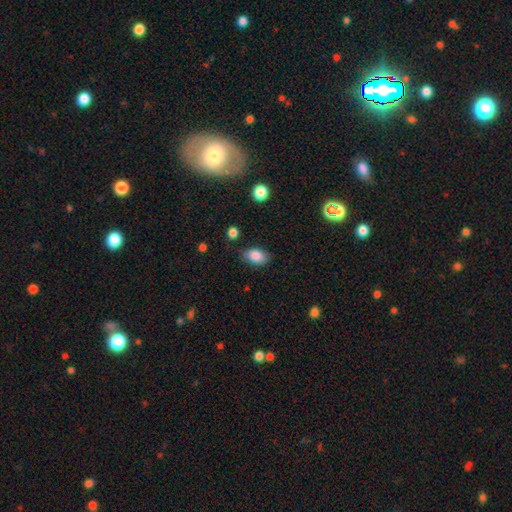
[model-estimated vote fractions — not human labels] A smooth galaxy with no disk features (85%) that is in between round and cigar-shaped (86%). Merging: none (78%).